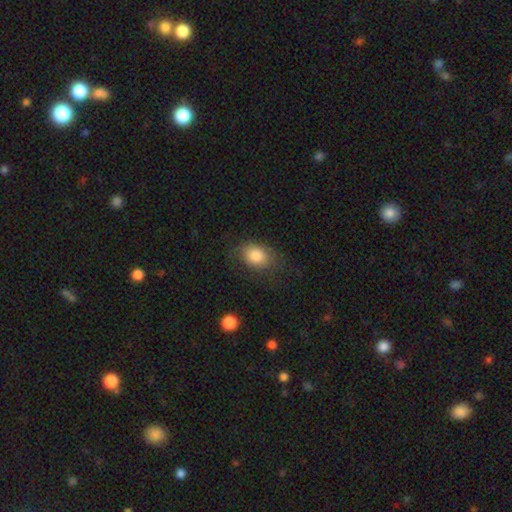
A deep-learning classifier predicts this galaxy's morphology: A smooth galaxy with no disk features (82%) that is in between round and cigar-shaped (70%).

Vote fractions:
- Smooth or featured? smooth: 82% / featured or disk: 10% / star or artifact: 8%
- How rounded? in between: 70% / round: 29% / cigar-shaped: 1%
- Merging? none: 67% / minor disturbance: 21% / major disturbance: 10% / merger: 1%